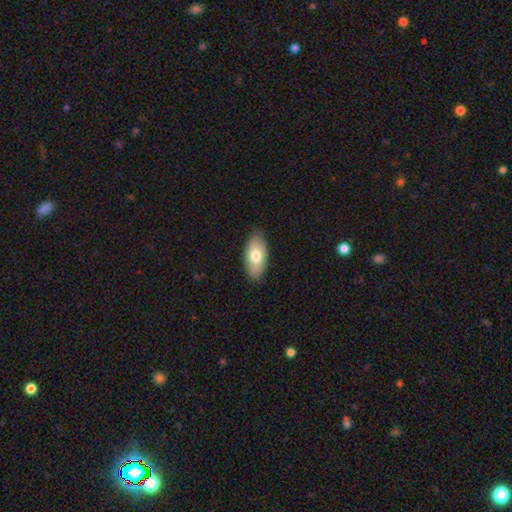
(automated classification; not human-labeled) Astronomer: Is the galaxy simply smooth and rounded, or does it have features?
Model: smooth — 74%.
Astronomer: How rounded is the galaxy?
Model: in between — 91%.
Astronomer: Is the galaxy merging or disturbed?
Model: none — 87%.